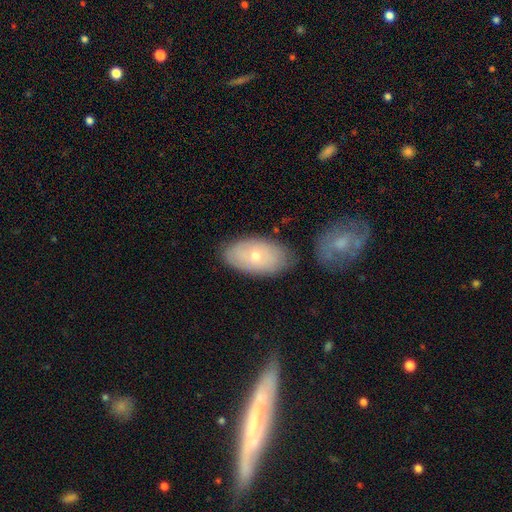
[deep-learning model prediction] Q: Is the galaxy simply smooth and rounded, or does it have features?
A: smooth — 55%.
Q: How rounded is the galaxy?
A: in between — 93%.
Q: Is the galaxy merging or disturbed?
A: none — 75%.